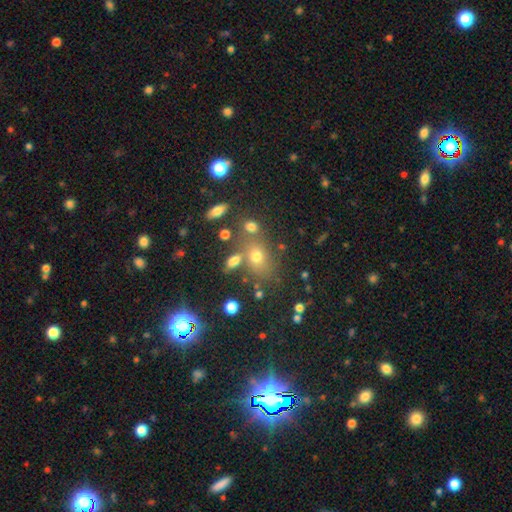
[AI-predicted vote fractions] This is possibly a smooth galaxy (53%). How rounded: possibly in between (51%). Merging: likely none (67%).